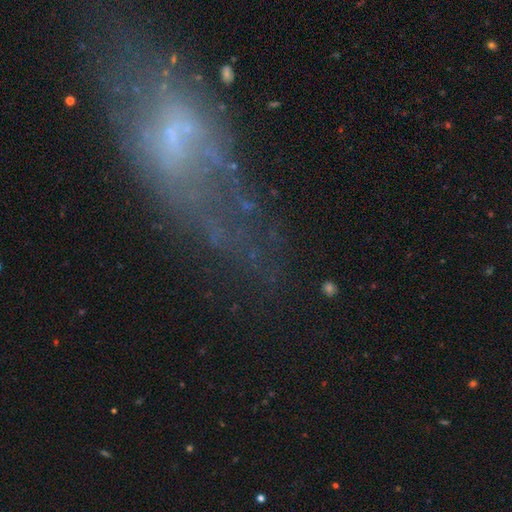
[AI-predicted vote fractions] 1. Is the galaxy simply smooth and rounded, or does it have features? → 52% featured or disk, 30% smooth, 18% star or artifact.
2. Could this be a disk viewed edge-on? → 77% no, 23% yes.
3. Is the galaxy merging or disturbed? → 51% none, 22% major disturbance, 22% minor disturbance, 5% merger.